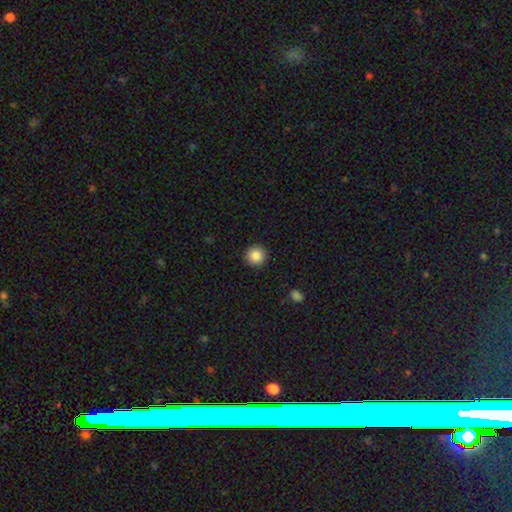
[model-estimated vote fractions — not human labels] The model was most divided on "smooth or featured": smooth: 86%, star or artifact: 10%, featured or disk: 4%. More confident: how rounded — round (95%); merging — none (92%).